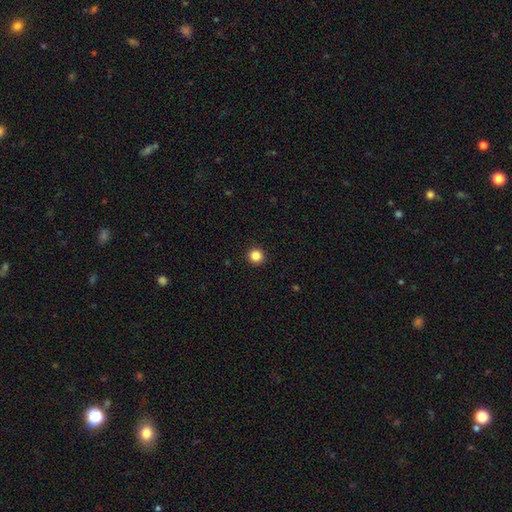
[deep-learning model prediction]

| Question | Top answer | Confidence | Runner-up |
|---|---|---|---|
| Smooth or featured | smooth | 85% | star or artifact (11%) |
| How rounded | round | 95% | in between (4%) |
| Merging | none | 93% | minor disturbance (4%) |